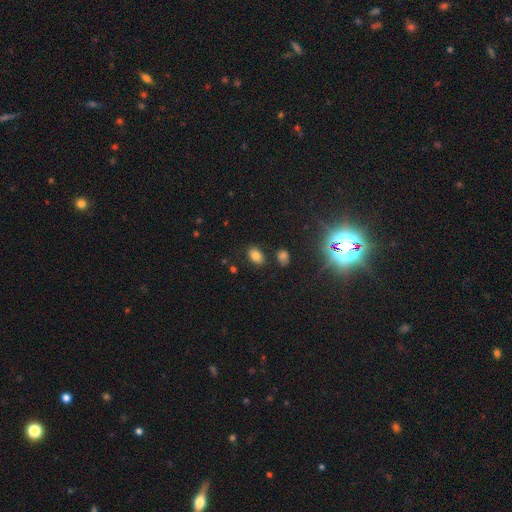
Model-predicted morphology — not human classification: The model was most divided on "smooth or featured": smooth: 78%, star or artifact: 13%, featured or disk: 9%. More confident: how rounded — in between (82%); merging — none (81%).